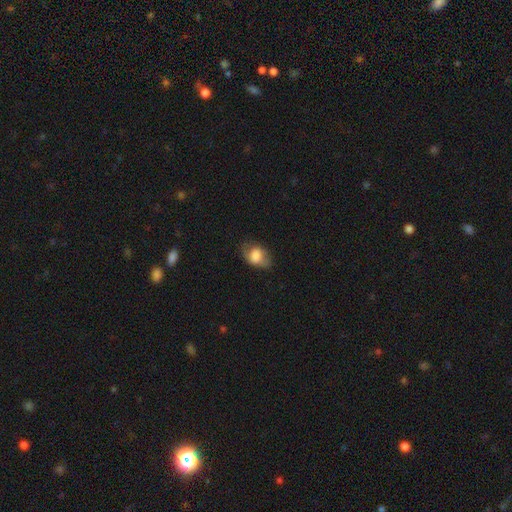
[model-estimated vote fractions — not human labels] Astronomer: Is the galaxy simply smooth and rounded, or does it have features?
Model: smooth — 72%.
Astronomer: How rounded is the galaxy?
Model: in between — 81%.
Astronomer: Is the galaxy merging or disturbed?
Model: none — 62%.